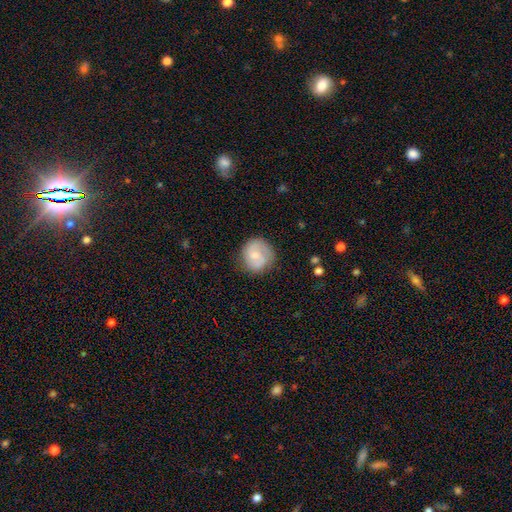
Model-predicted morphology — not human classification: type=featured or disk (47%); merging=none (75%).